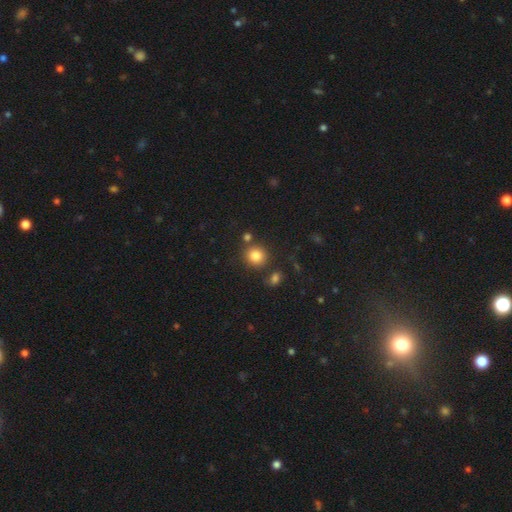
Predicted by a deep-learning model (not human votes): Smooth or featured? Predicted: smooth (p=0.83). How rounded? Predicted: round (p=0.89). Merging? Predicted: none (p=0.79).